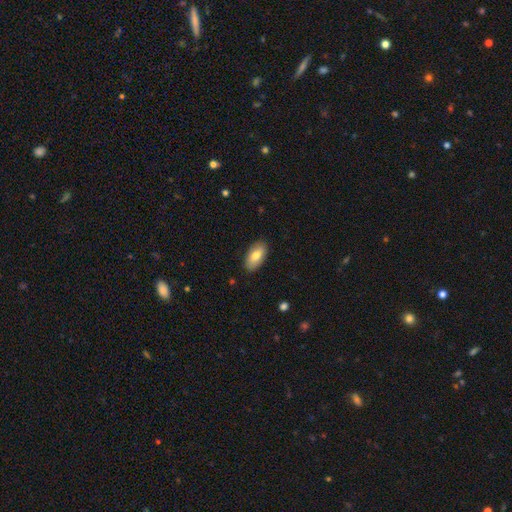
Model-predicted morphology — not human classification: This appears to be a smooth galaxy with no disk features (79%) that is in between round and cigar-shaped (93%). Merging: none (88%).